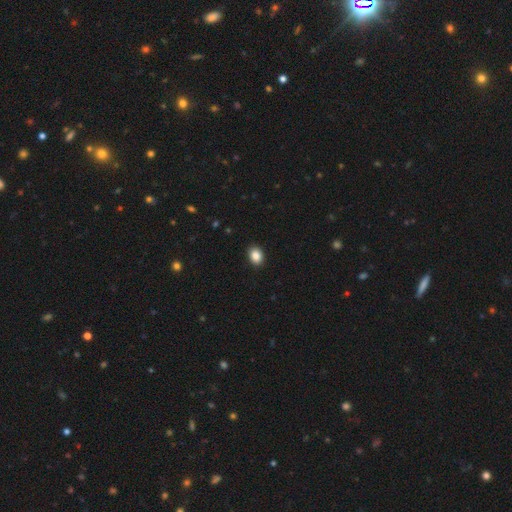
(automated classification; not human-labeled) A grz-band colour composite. It shows a smooth galaxy with no disk features (88%) that is in between round and cigar-shaped (63%). Merging: none (91%).